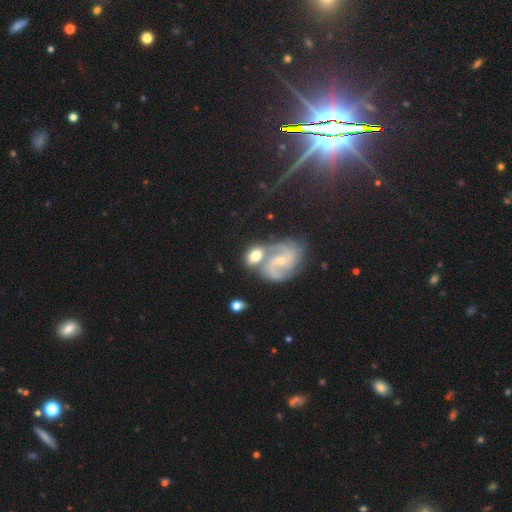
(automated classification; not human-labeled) Smooth or featured? Predicted: featured or disk (p=0.53). Edge-on disk? Predicted: no (p=0.96). Bar? Predicted: weak (p=0.44). Spiral arms? Predicted: yes (p=0.88). Bulge size? Predicted: small (p=0.58). Merging? Predicted: merger (p=0.41).